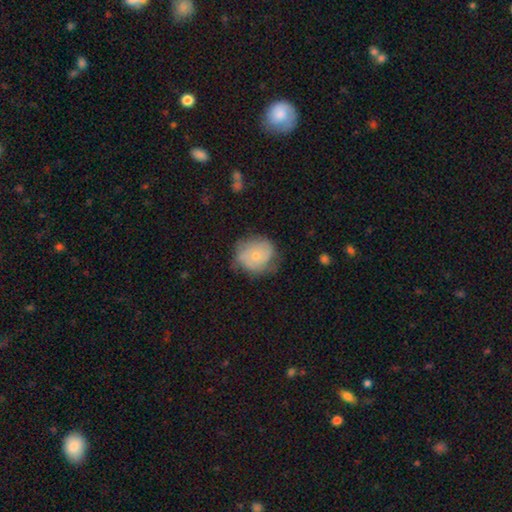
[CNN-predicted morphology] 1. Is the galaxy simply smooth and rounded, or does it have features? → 47% smooth, 46% featured or disk, 7% star or artifact.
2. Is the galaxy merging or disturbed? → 60% none, 28% minor disturbance, 10% major disturbance, 2% merger.